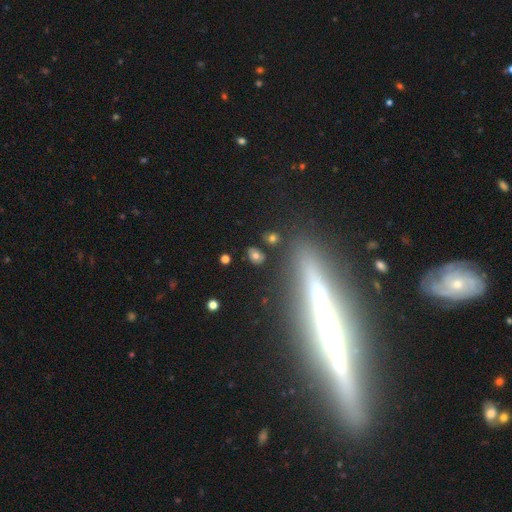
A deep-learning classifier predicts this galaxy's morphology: Overall: smooth (70%). How rounded: in between (70%). Merging: none (79%).